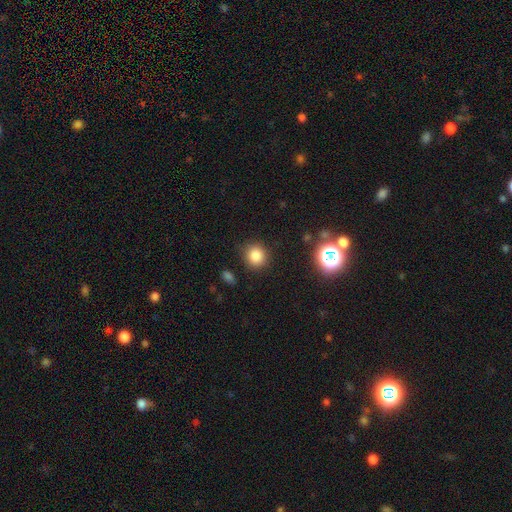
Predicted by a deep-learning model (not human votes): Morphology: type=smooth (82%); roundness=round (88%); merging=none (86%).